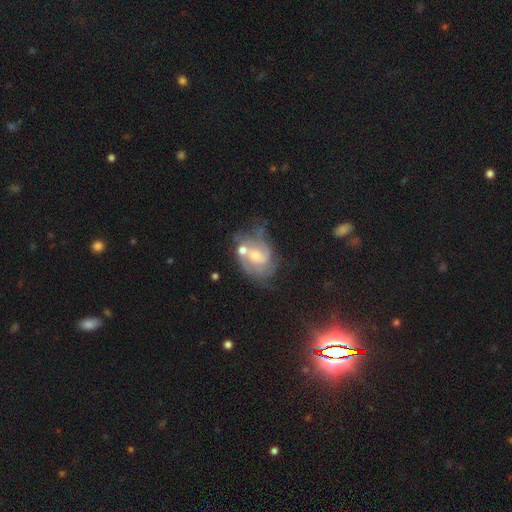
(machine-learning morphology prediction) Overall: featured or disk (74%). Edge-on disk: no (97%). Bar: no (58%; weak 36%). Spiral arms: yes (83%). Spiral arm count: 2 (43%; can't tell 33%). Spiral winding: medium (43%; tight 41%). Bulge size: moderate (45%, tied with small). Merging: none (40%; merger 22%).